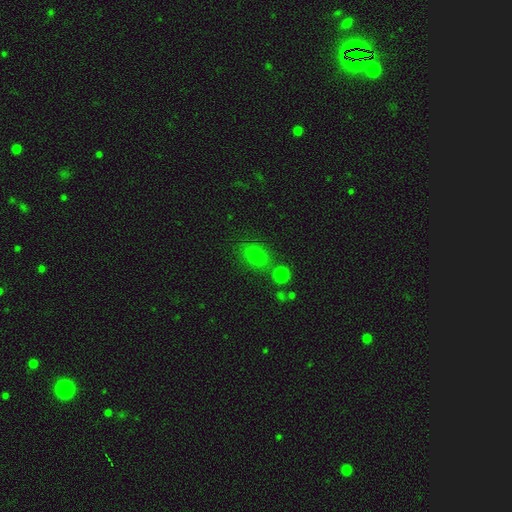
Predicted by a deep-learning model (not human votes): Q: Smooth or featured?
A: smooth (76%); runner-up: star or artifact (15%)
Q: How rounded?
A: in between (64%); runner-up: round (34%)
Q: Merging?
A: none (72%); runner-up: minor disturbance (13%)